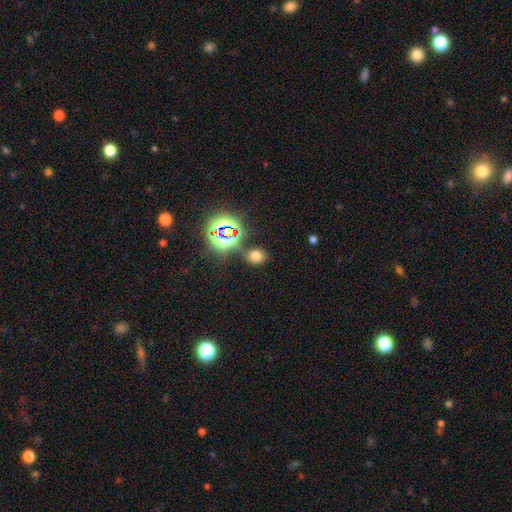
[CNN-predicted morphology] A smooth galaxy with no disk features (64%) that is round (60%). Merging: none (80%).